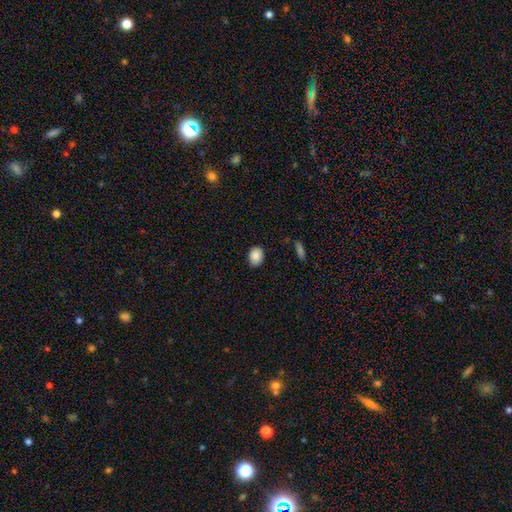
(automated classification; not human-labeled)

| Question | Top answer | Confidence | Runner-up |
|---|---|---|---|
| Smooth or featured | smooth | 88% | star or artifact (8%) |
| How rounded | in between | 63% | round (36%) |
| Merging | none | 84% | minor disturbance (13%) |